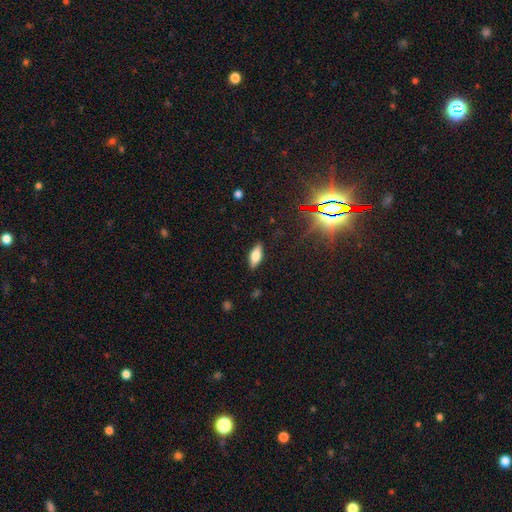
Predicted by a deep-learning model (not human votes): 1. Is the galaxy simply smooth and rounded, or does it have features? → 68% smooth, 21% featured or disk, 10% star or artifact.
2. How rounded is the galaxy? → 77% in between, 21% cigar-shaped, 3% round.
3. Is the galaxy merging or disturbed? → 87% none, 9% minor disturbance, 2% major disturbance, 1% merger.